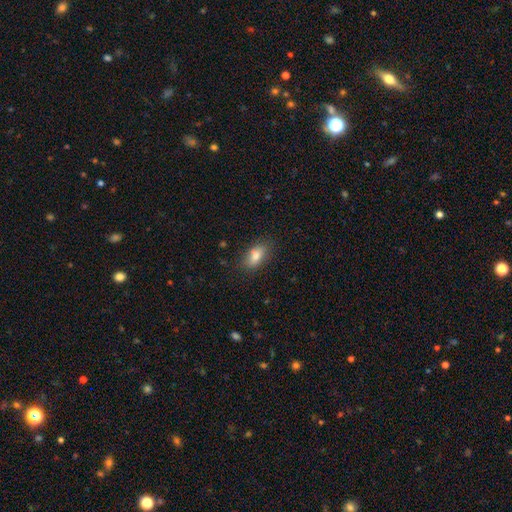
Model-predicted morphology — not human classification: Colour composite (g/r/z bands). It shows a smooth galaxy with no disk features (82%) that is in between round and cigar-shaped (87%). Merging: none (82%).